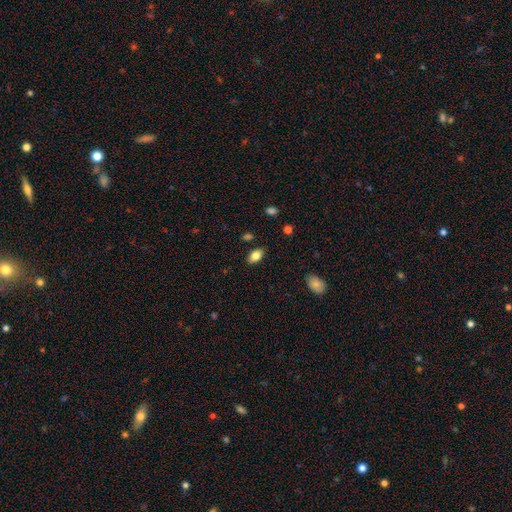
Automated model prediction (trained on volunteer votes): A smooth galaxy with no disk features (81%) that is in between round and cigar-shaped (91%).

Vote fractions:
- Smooth or featured? smooth: 81% / featured or disk: 11% / star or artifact: 8%
- How rounded? in between: 91% / round: 6% / cigar-shaped: 3%
- Merging? none: 85% / minor disturbance: 11% / major disturbance: 2% / merger: 2%